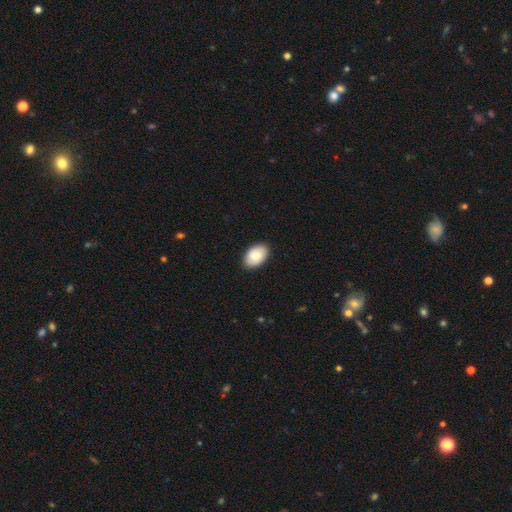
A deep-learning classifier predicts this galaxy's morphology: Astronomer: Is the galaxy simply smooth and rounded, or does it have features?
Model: smooth — 82%.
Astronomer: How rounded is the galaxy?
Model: in between — 90%.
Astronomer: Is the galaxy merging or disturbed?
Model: none — 88%.